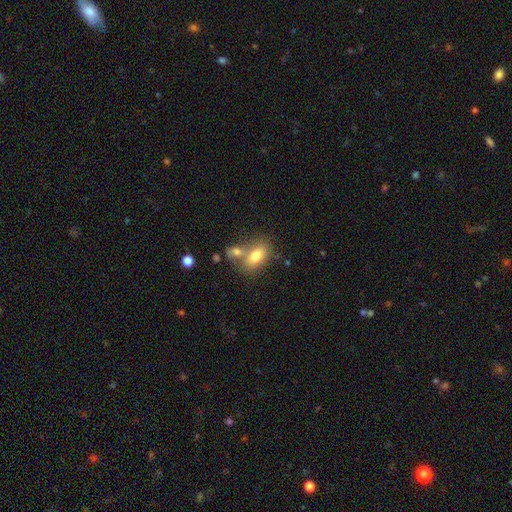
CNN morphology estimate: Q: Smooth or featured?
A: smooth (75%); runner-up: featured or disk (17%)
Q: How rounded?
A: in between (88%); runner-up: round (8%)
Q: Merging?
A: none (43%); runner-up: merger (41%)